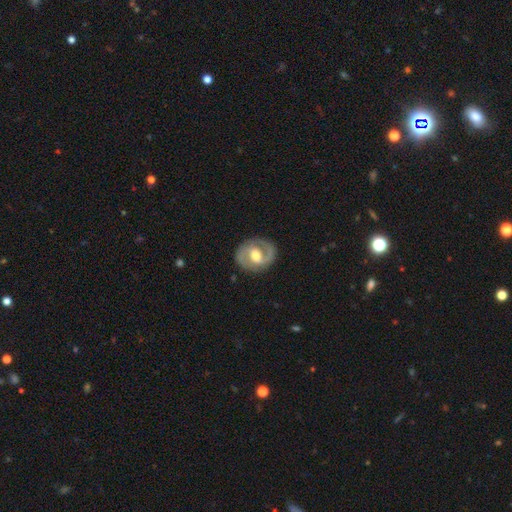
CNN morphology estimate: A featured or disk galaxy (82%) with a weak bar (50%), 2 (85%) medium (49%) spiral arms (89%) and a moderate central bulge (70%).

Vote fractions:
- Smooth or featured? featured or disk: 82% / smooth: 14% / star or artifact: 4%
- Edge-on disk? no: 98% / yes: 2%
- Bar? weak: 50% / no: 28% / strong: 22%
- Spiral arms? yes: 89% / no: 11%
- Spiral winding? medium: 49% / tight: 37% / loose: 15%
- Spiral arm count? 2: 85% / 1: 7% / can't tell: 5% / 3: 1% / 4: 1% / more than 4: 1%
- Bulge size? moderate: 70% / large: 14% / small: 13% / none: 1% / dominant: 1%
- Merging? none: 83% / minor disturbance: 11% / major disturbance: 4% / merger: 1%